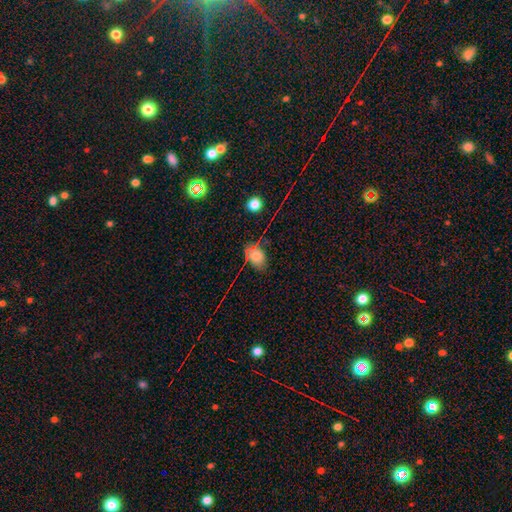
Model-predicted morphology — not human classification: type=smooth (69%); roundness=in between (81%); merging=none (64%).